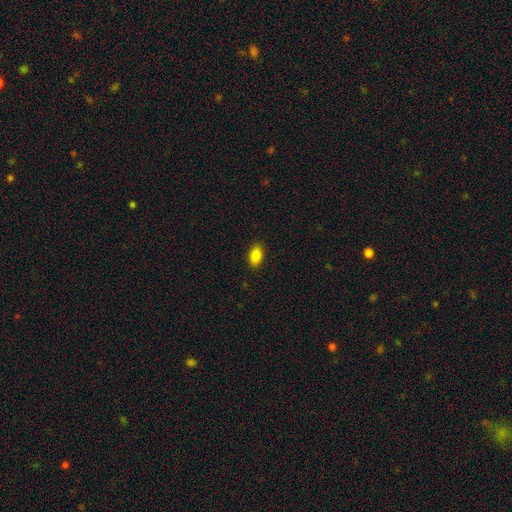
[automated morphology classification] type=smooth (86%); roundness=in between (90%); merging=none (89%).